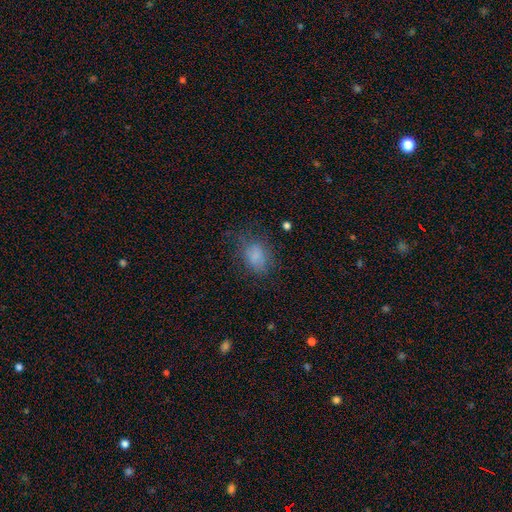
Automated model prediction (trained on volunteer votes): Overall: smooth (78%). How rounded: in between (65%; round 33%). Merging: none (65%).